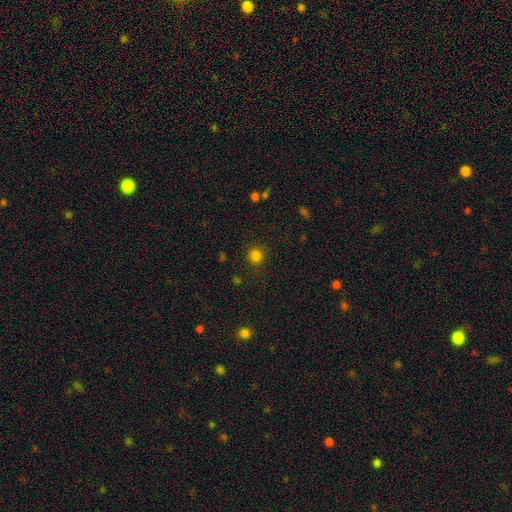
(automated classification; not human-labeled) A smooth galaxy with no disk features (81%) that is round (91%).

Vote fractions:
- Smooth or featured? smooth: 81% / star or artifact: 15% / featured or disk: 4%
- How rounded? round: 91% / in between: 8% / cigar-shaped: 1%
- Merging? none: 88% / minor disturbance: 8% / major disturbance: 3% / merger: 1%